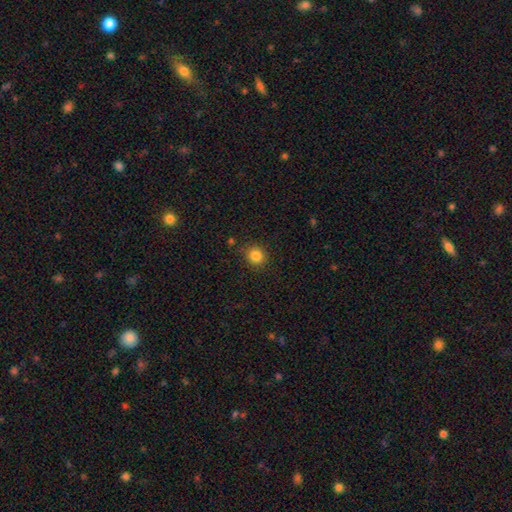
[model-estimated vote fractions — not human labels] smooth 84%, star or artifact 11%, featured or disk 5%. Down the decision tree: how rounded — round (83%); merging — none (87%).